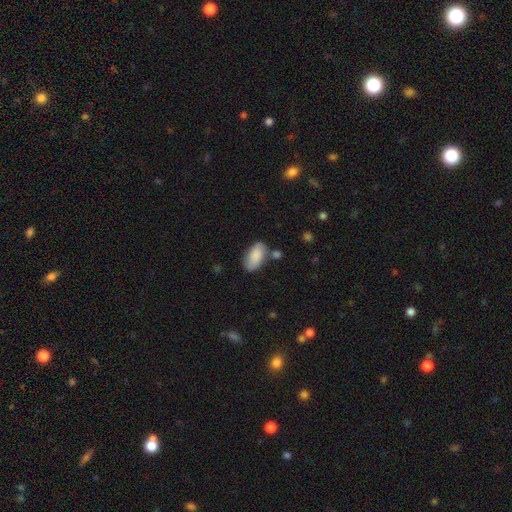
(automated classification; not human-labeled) Morphology: type=smooth (83%); roundness=in between (94%); merging=none (66%).